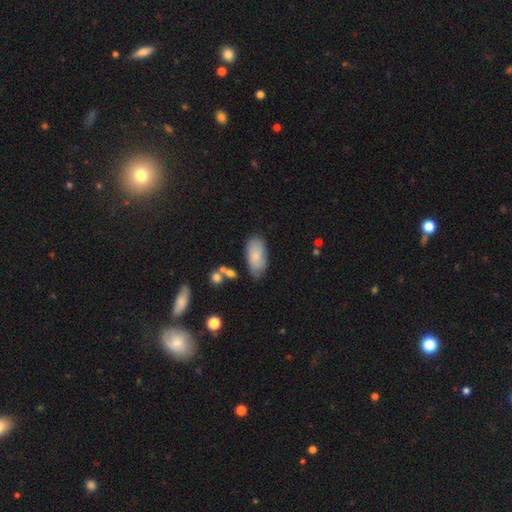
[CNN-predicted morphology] type=smooth (71%); roundness=in between (92%); merging=none (72%).